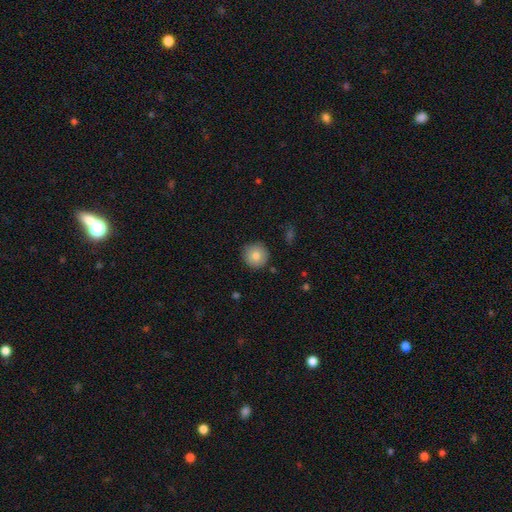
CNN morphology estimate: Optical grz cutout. It shows a smooth galaxy with no disk features (80%) that is round (95%). Merging: none (89%).